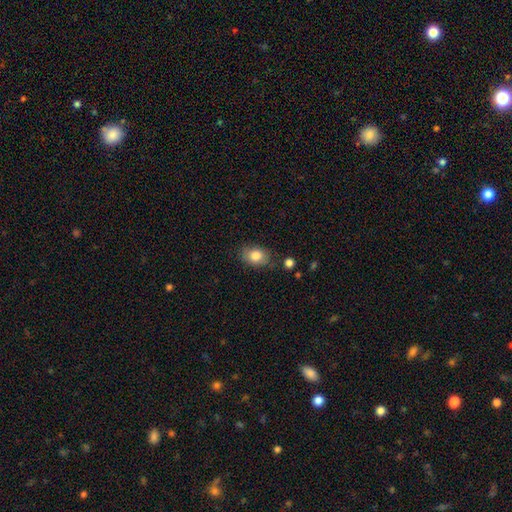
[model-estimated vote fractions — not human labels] smooth 83%, featured or disk 9%, star or artifact 8%. Down the decision tree: how rounded — in between (71%); merging — none (76%).